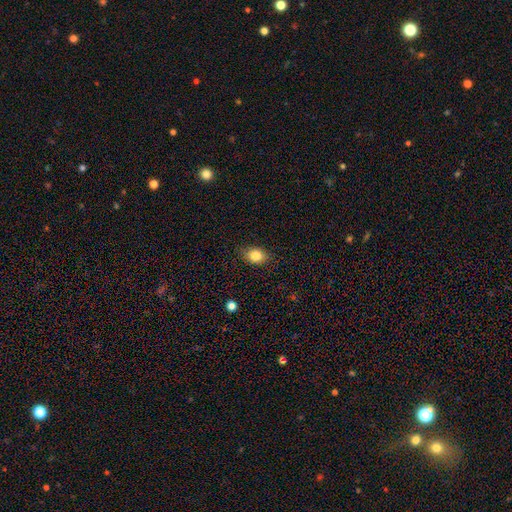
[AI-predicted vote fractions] Smooth or featured? smooth (83%)
How rounded? in between (63%)
Merging? none (80%)